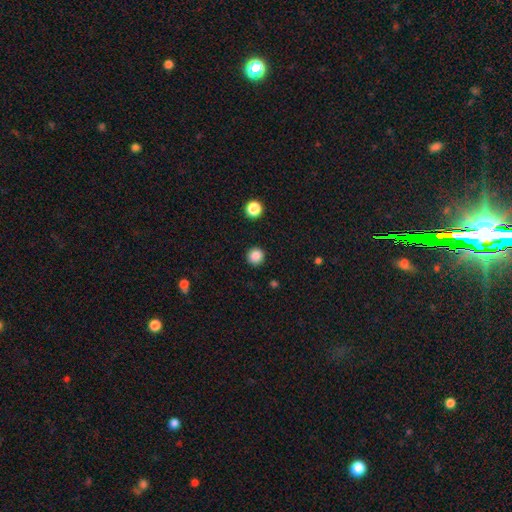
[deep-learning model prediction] A smooth galaxy with no disk features (86%) that is round (95%). Merging: none (93%).